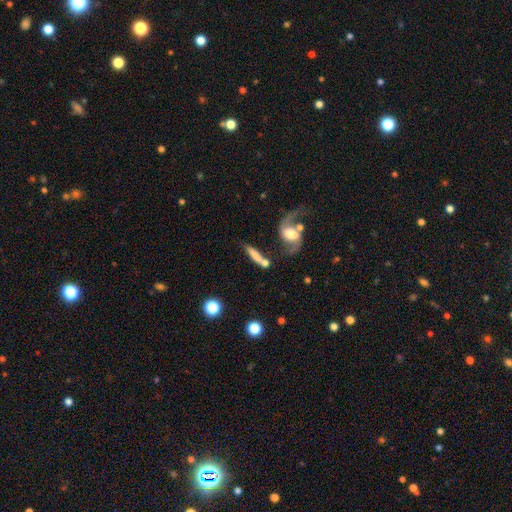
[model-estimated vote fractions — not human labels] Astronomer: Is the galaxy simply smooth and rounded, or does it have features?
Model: smooth — 54% (runner-up: featured or disk, 37%).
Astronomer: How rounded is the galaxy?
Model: cigar-shaped — 68%.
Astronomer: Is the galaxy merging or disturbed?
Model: none — 45% (runner-up: merger, 30%).